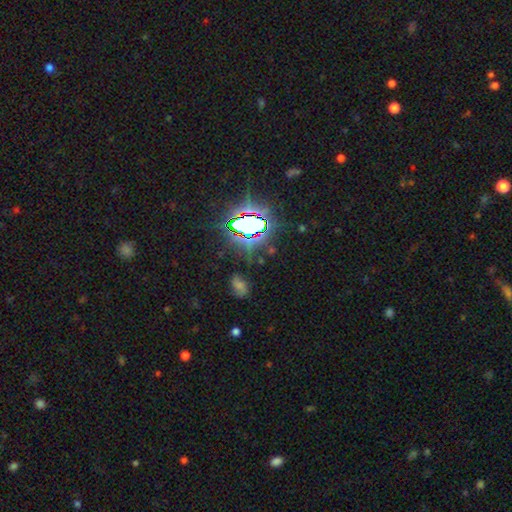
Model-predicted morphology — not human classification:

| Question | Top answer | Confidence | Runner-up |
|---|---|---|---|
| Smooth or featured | star or artifact | 75% | smooth (16%) |